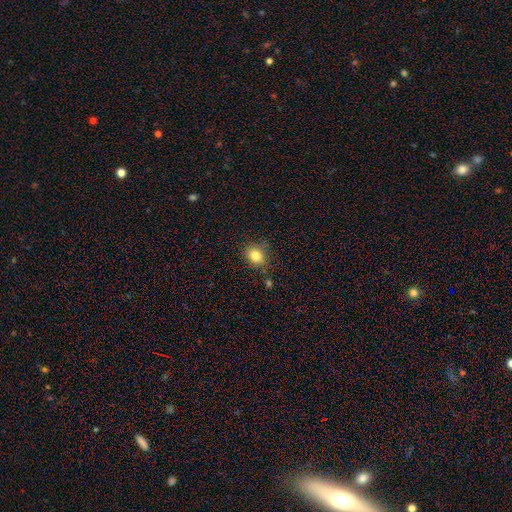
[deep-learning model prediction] Overall: smooth (83%). How rounded: round (61%; in between 38%). Merging: none (77%).